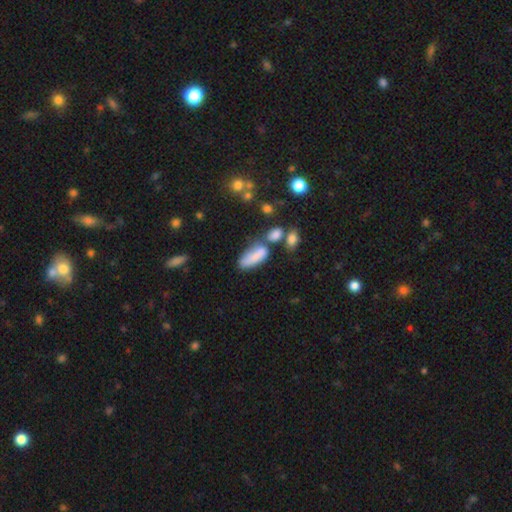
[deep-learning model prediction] The model was most divided on "merging": none: 39%, merger: 26%, minor disturbance: 23%, major disturbance: 13%. More confident: smooth or featured — smooth (76%); how rounded — in between (72%).